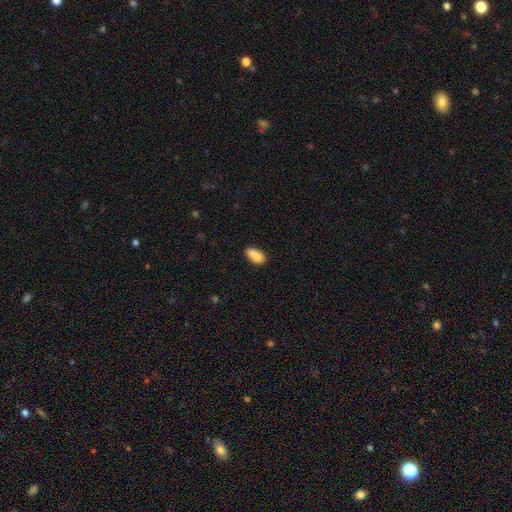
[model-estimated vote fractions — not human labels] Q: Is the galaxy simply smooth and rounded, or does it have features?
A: smooth — 78%.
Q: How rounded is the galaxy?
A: in between — 86%.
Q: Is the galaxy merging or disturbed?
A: none — 46%.